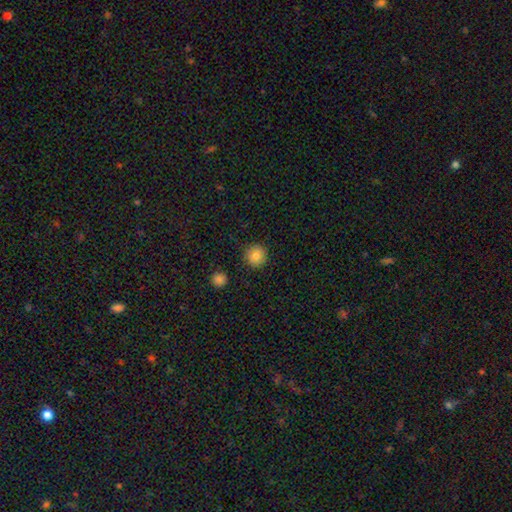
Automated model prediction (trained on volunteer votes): Smooth or featured: smooth — 85% (star or artifact — 10%)
How rounded: round — 93% (in between — 6%)
Merging: none — 90% (minor disturbance — 6%)